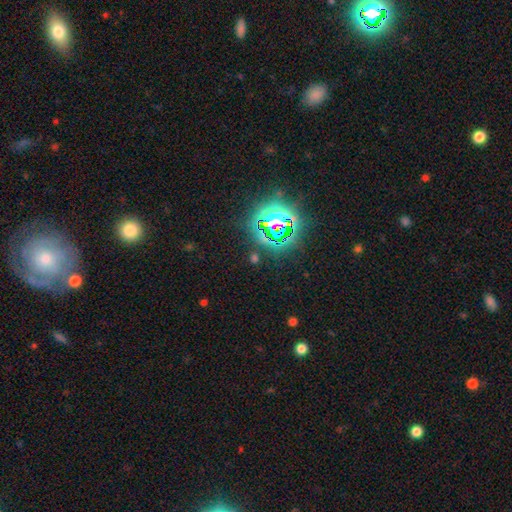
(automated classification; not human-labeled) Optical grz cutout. It shows a star or artifact, not a galaxy (79%).